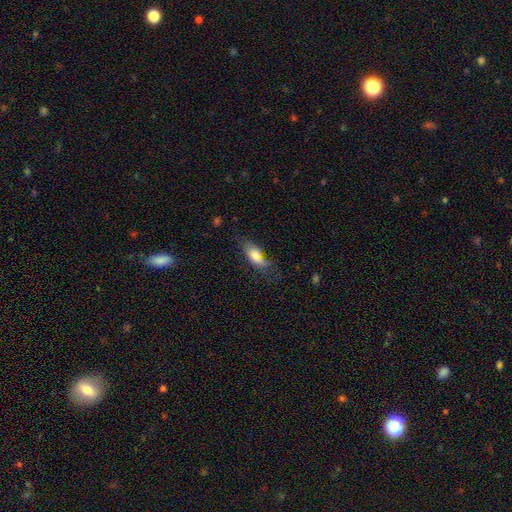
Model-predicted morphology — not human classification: The model was most divided on "merging": none: 50%, minor disturbance: 31%, major disturbance: 15%, merger: 4%. More confident: how rounded — in between (79%); smooth or featured — smooth (78%).